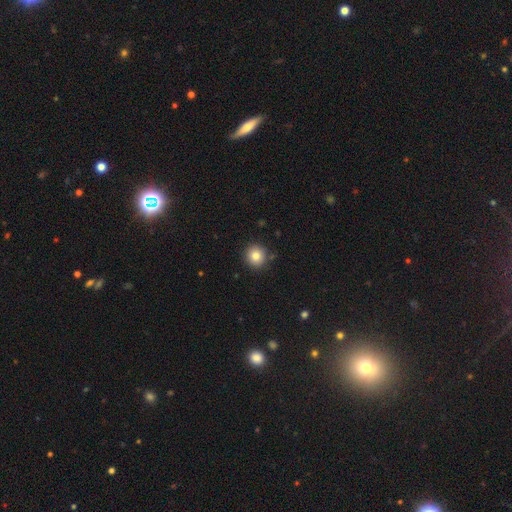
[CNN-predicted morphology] Smooth or featured?
  - smooth: 81% *
  - star or artifact: 11%
  - featured or disk: 8%
How rounded?
  - round: 92% *
  - in between: 7%
  - cigar-shaped: 1%
Merging?
  - none: 88% *
  - minor disturbance: 8%
  - major disturbance: 2%
  - merger: 2%